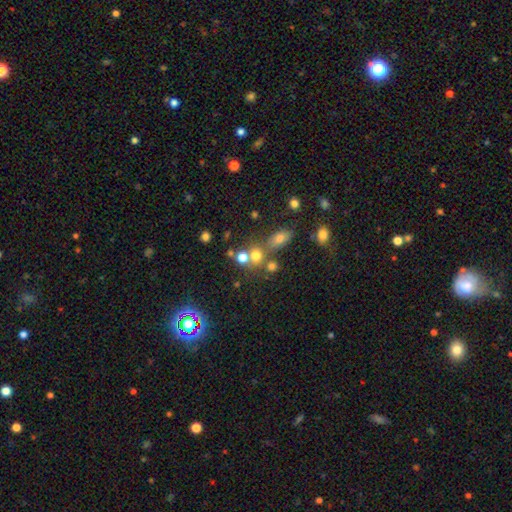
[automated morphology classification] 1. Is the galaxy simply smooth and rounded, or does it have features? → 69% smooth, 19% star or artifact, 12% featured or disk.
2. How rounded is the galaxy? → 79% round, 20% in between, 2% cigar-shaped.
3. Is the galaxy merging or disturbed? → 53% none, 32% merger, 10% minor disturbance, 5% major disturbance.